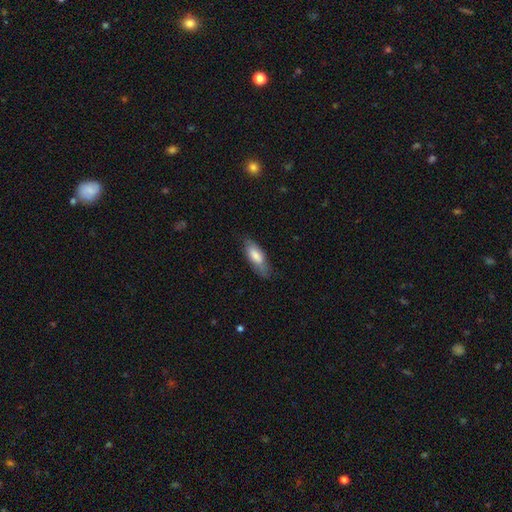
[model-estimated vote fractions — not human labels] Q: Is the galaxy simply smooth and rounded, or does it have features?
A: smooth — 76%.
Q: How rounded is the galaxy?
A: in between — 69%.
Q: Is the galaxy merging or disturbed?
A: none — 68%.